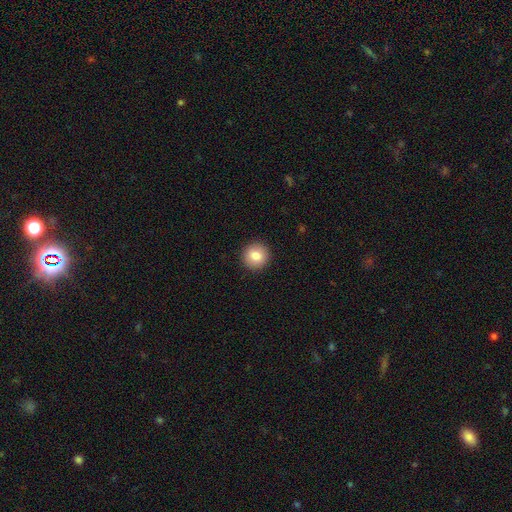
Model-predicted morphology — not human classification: smooth 82%, featured or disk 9%, star or artifact 8%. Down the decision tree: how rounded — round (94%); merging — none (93%).